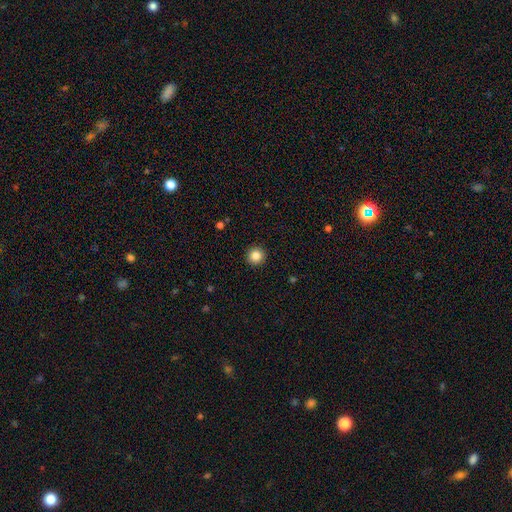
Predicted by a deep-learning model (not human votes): smooth_or_featured: smooth (p=0.84) [alt: star or artifact p=0.11]
how_rounded: round (p=0.95) [alt: in between p=0.04]
merging: none (p=0.93) [alt: minor disturbance p=0.04]